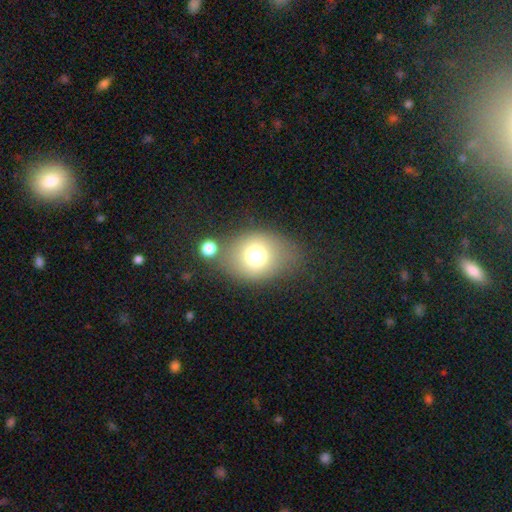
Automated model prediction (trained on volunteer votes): The model was most divided on "how rounded": in between: 53%, round: 46%, cigar-shaped: 1%. More confident: smooth or featured — smooth (75%); merging — none (64%).